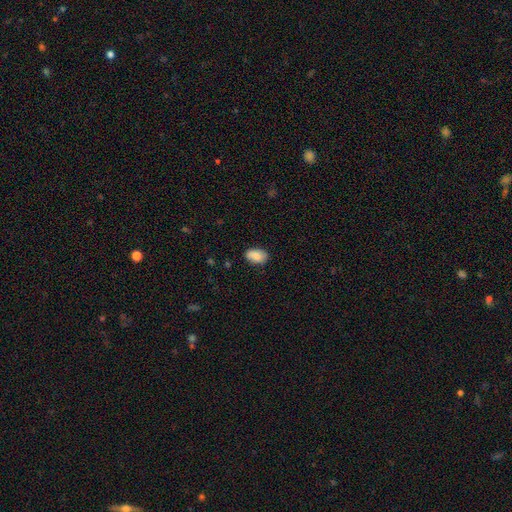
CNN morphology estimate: A smooth galaxy with no disk features (85%) that is in between round and cigar-shaped (90%). Merging: none (78%).